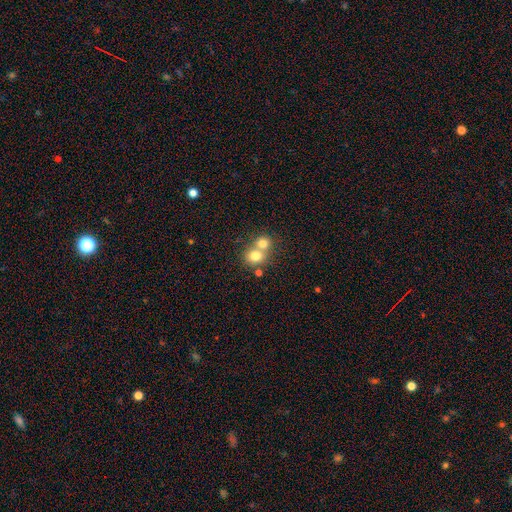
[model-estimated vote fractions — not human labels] smooth-or-featured: smooth: 76% | featured or disk: 14% | star or artifact: 10%
  how-rounded: round: 74% | in between: 25% | cigar-shaped: 1%
  merging: merger: 62% | none: 31% | minor disturbance: 5% | major disturbance: 2%